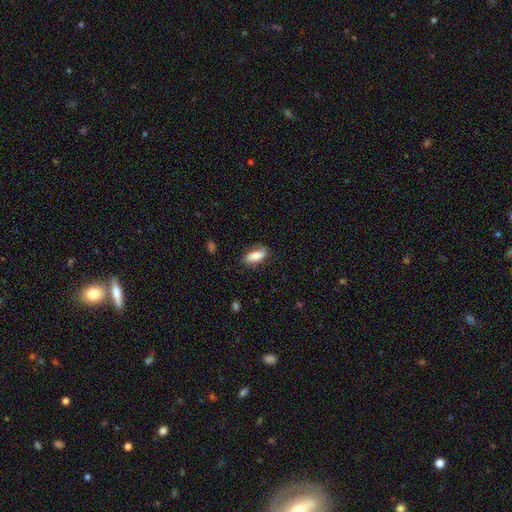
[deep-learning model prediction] smooth_or_featured: smooth (p=0.78) [alt: featured or disk p=0.15]
how_rounded: in between (p=0.83) [alt: cigar-shaped p=0.14]
merging: none (p=0.75) [alt: minor disturbance p=0.19]